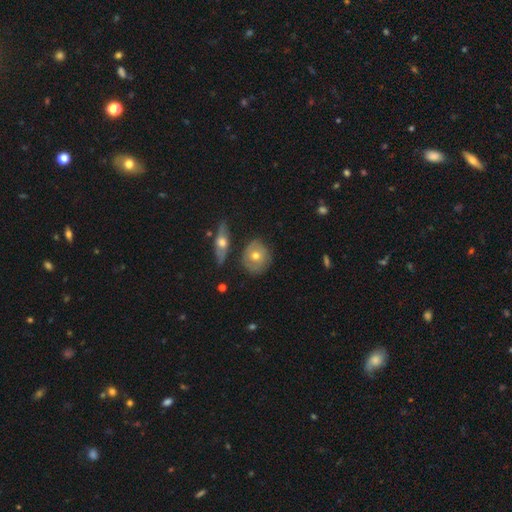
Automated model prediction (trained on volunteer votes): Smooth or featured? Predicted: smooth (p=0.49). Merging? Predicted: none (p=0.75).